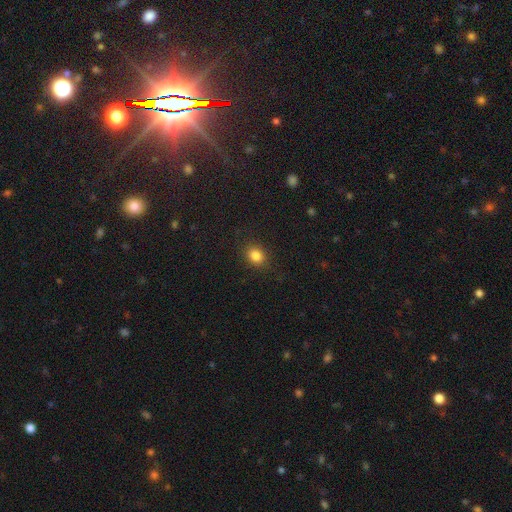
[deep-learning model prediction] Q: Smooth or featured?
A: smooth (84%); runner-up: star or artifact (11%)
Q: How rounded?
A: round (57%); runner-up: in between (42%)
Q: Merging?
A: none (87%); runner-up: minor disturbance (9%)